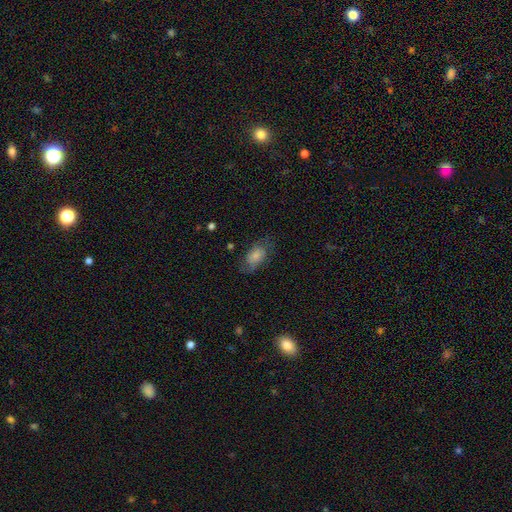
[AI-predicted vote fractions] Smooth or featured?
  - smooth: 71% *
  - featured or disk: 21%
  - star or artifact: 8%
How rounded?
  - in between: 89% *
  - round: 9%
  - cigar-shaped: 3%
Merging?
  - none: 63% *
  - minor disturbance: 24%
  - major disturbance: 12%
  - merger: 2%